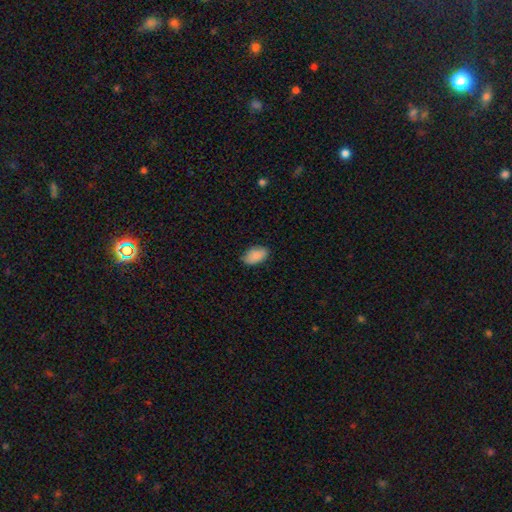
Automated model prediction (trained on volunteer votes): This is clearly a smooth galaxy (88%). How rounded: clearly in between (93%). Merging: clearly none (80%).